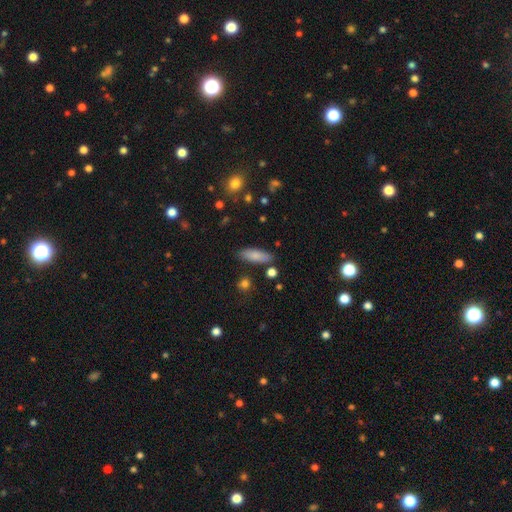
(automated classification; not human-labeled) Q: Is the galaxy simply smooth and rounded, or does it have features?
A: smooth — 82%.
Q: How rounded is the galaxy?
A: in between — 62%.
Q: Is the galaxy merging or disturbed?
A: none — 82%.